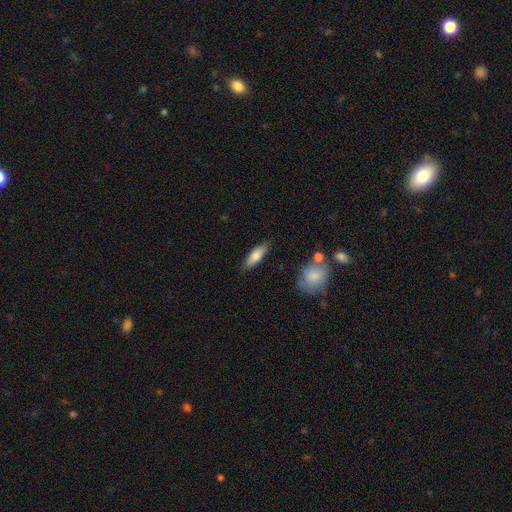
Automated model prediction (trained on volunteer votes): Q: Smooth or featured?
A: smooth (76%); runner-up: featured or disk (18%)
Q: How rounded?
A: in between (58%); runner-up: cigar-shaped (39%)
Q: Merging?
A: none (84%); runner-up: minor disturbance (11%)